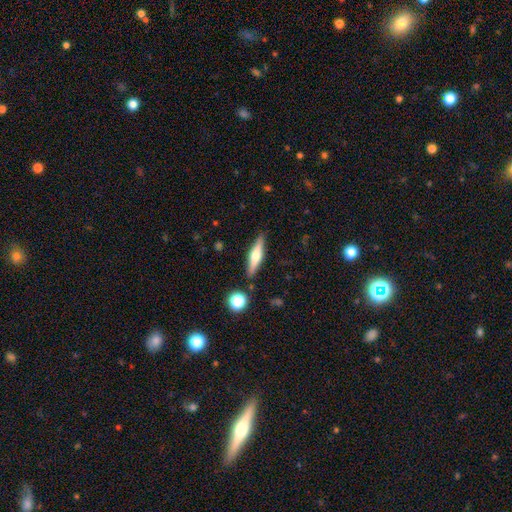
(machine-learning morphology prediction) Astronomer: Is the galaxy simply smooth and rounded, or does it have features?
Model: featured or disk — 51% (runner-up: smooth, 42%).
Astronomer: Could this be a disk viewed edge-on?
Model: yes — 93%.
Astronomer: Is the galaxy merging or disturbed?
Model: none — 86%.